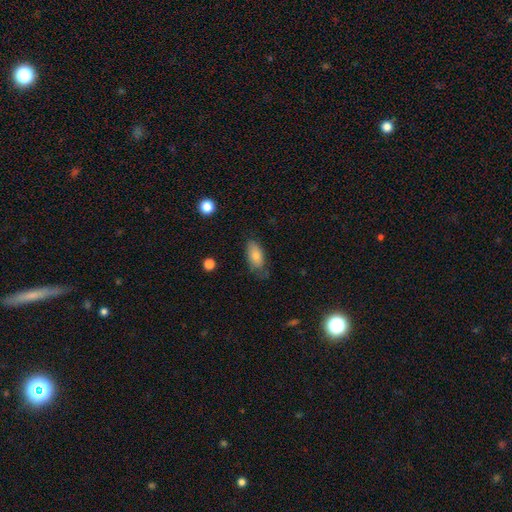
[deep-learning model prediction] smooth-or-featured: smooth: 81% | featured or disk: 12% | star or artifact: 7%
  how-rounded: in between: 90% | cigar-shaped: 7% | round: 3%
  merging: none: 57% | minor disturbance: 31% | major disturbance: 11% | merger: 2%